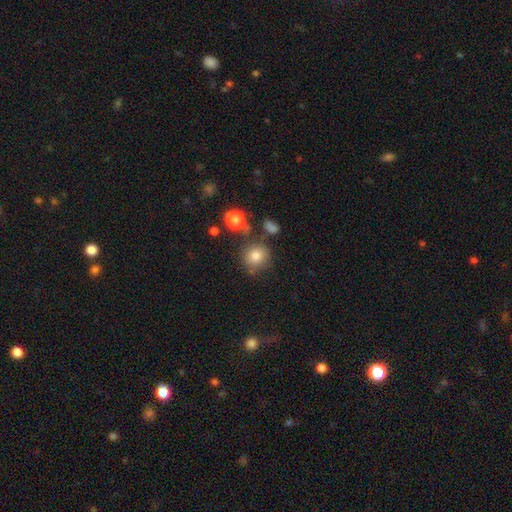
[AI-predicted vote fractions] Overall: smooth (80%). How rounded: round (88%). Merging: none (74%).